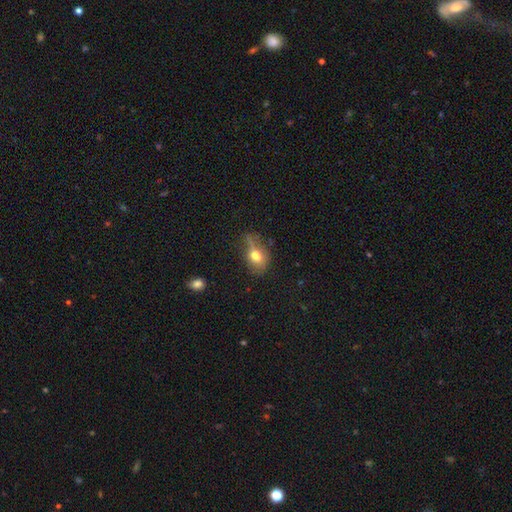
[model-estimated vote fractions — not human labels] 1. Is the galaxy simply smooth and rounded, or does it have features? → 69% smooth, 19% featured or disk, 11% star or artifact.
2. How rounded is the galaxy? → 69% in between, 27% round, 4% cigar-shaped.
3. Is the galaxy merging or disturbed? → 40% none, 32% minor disturbance, 22% major disturbance, 6% merger.